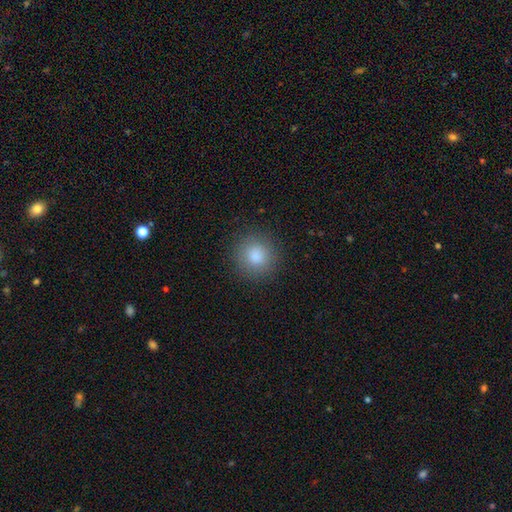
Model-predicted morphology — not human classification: Smooth or featured? smooth (85%)
How rounded? round (94%)
Merging? none (89%)